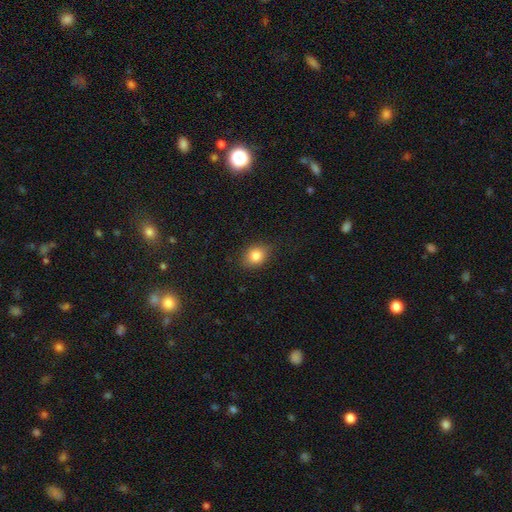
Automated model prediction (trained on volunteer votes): Q: Smooth or featured?
A: smooth (82%); runner-up: star or artifact (10%)
Q: How rounded?
A: in between (57%); runner-up: round (41%)
Q: Merging?
A: none (83%); runner-up: minor disturbance (13%)